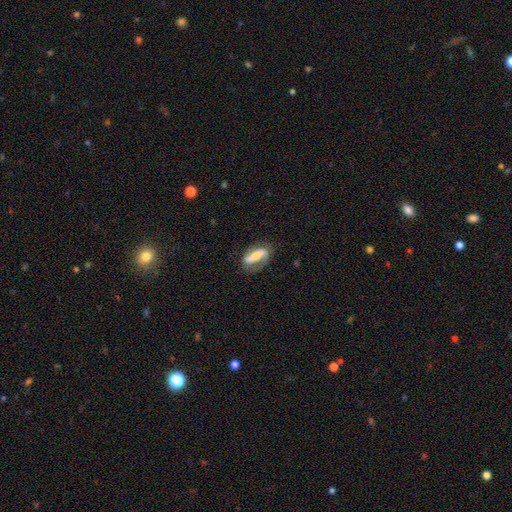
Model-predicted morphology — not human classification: The model was most divided on "spiral winding": loose: 42%, medium: 36%, tight: 22%. Remaining: edge-on disk — no (89%); spiral arms — yes (85%); spiral arm count — 2 (82%); merging — none (70%); smooth or featured — featured or disk (69%); bar — strong (56%); bulge size — moderate (46%).